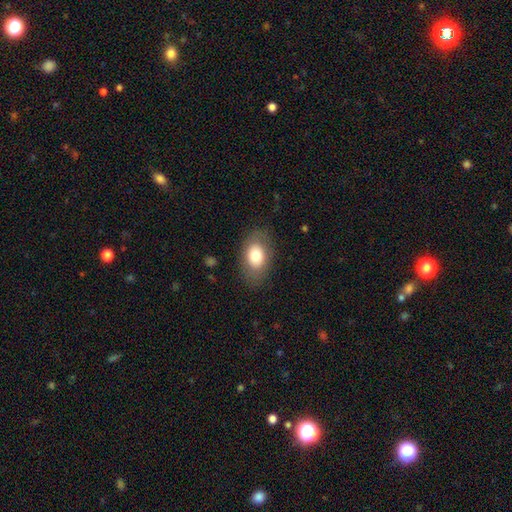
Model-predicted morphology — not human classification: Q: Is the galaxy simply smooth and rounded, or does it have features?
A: smooth — 74%.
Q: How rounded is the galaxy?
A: in between — 86%.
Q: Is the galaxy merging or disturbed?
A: none — 81%.